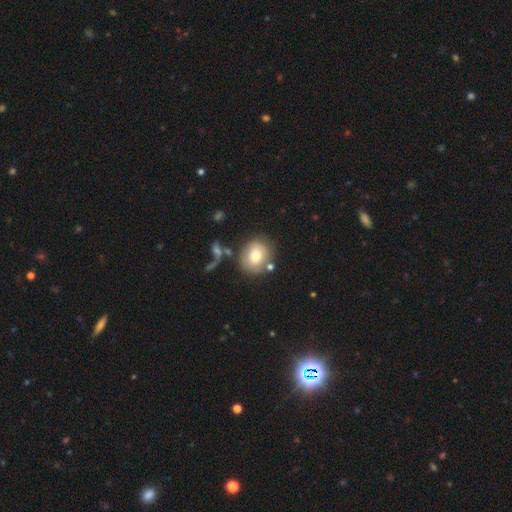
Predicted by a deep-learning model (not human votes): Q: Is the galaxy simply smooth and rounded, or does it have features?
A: smooth — 74%.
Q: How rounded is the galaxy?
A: round — 75%.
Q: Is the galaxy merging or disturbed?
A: none — 72%.